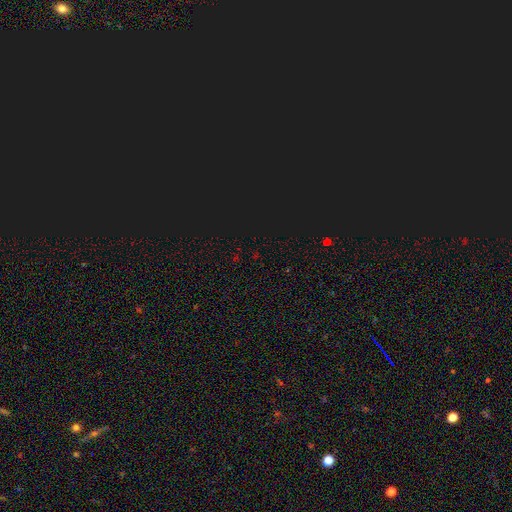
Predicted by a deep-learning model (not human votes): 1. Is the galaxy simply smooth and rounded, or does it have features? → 75% star or artifact, 18% smooth, 7% featured or disk.